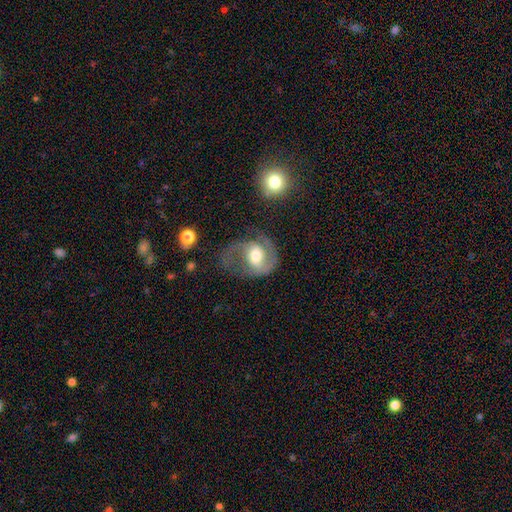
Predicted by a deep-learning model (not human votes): smooth-or-featured: featured or disk: 77% | smooth: 17% | star or artifact: 6%
  disk-edge-on: no: 97% | yes: 3%
    bar: weak: 46% | no: 35% | strong: 19%
    has-spiral-arms: yes: 91% | no: 9%
      spiral-winding: medium: 53% | loose: 25% | tight: 23%
      spiral-arm-count: 2: 74% | 1: 17% | can't tell: 6% | 3: 2% | 4: 1% | more than 4: 1%
    bulge-size: moderate: 64% | large: 18% | small: 15% | dominant: 2% | none: 2%
  merging: none: 47% | major disturbance: 28% | minor disturbance: 22% | merger: 3%